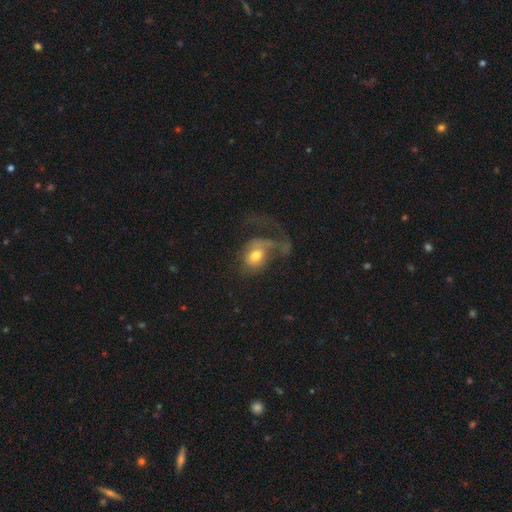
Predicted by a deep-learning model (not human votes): Overall: smooth (57%; featured or disk 34%). How rounded: in between (52%; round 46%). Merging: major disturbance (58%; none 23%).